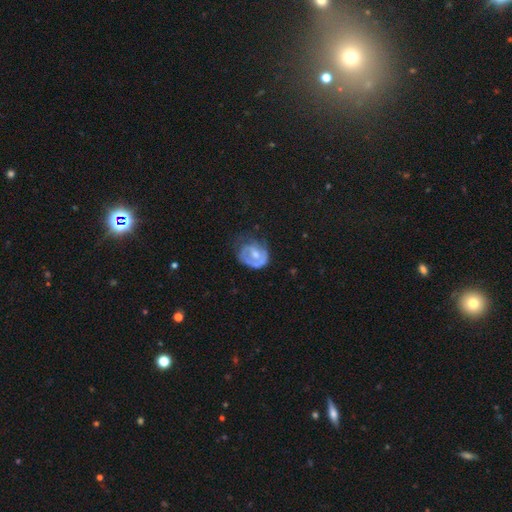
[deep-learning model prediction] Smooth or featured? featured or disk (64%)
Edge-on disk? no (97%)
Bar? no (67%)
Spiral arms? yes (67%)
Bulge size? moderate (56%)
Merging? none (46%)